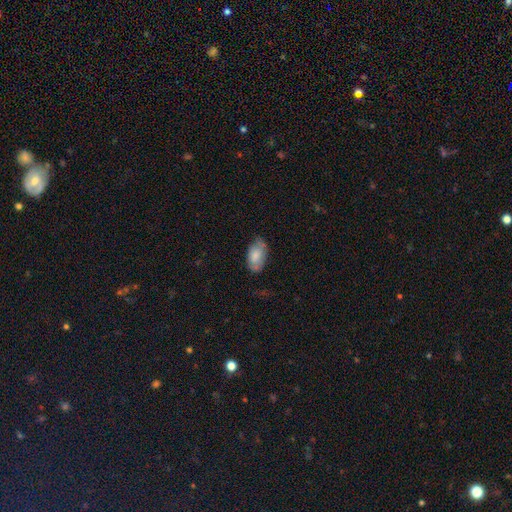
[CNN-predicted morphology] This is likely a smooth galaxy (75%). How rounded: clearly in between (94%). Merging: likely none (65%).